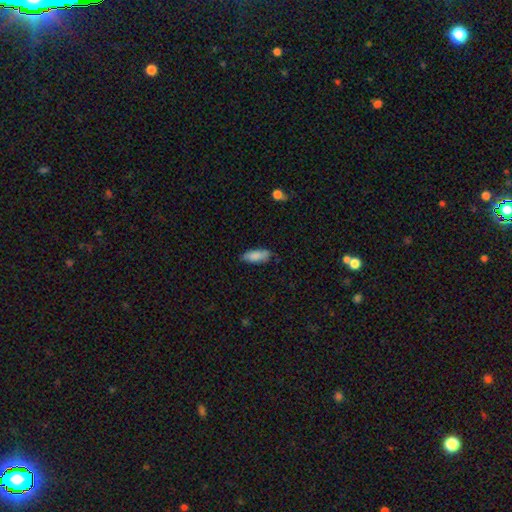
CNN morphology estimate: type=smooth (85%); roundness=in between (70%); merging=none (77%).